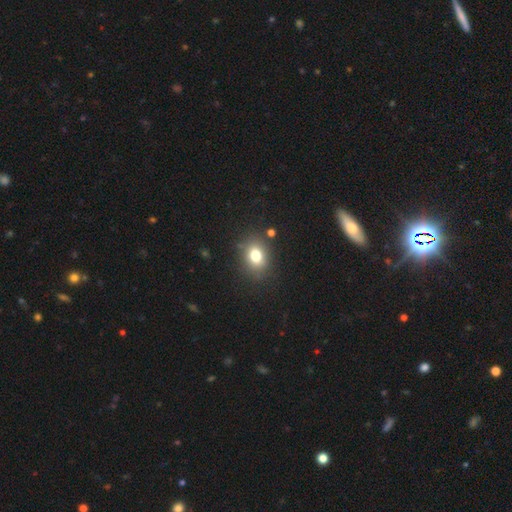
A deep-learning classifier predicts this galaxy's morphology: A smooth galaxy with no disk features (77%) that is in between round and cigar-shaped (55%). Merging: none (82%).